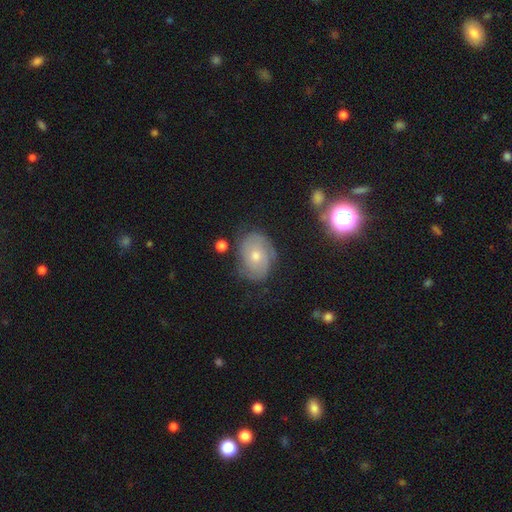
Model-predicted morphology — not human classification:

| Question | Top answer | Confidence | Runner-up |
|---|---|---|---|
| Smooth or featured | featured or disk | 65% | smooth (23%) |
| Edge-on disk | no | 96% | yes (4%) |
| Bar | no | 79% | weak (18%) |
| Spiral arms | yes | 86% | no (14%) |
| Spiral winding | tight | 63% | medium (28%) |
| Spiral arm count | can't tell | 39% | 2 (34%) |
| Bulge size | moderate | 53% | small (43%) |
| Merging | none | 73% | minor disturbance (18%) |